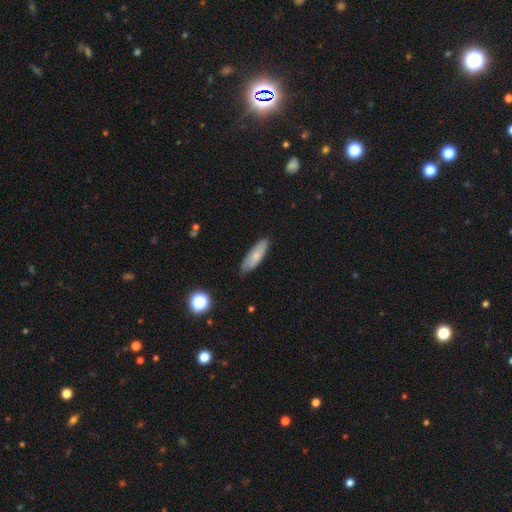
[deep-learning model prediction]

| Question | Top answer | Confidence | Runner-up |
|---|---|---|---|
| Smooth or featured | smooth | 72% | featured or disk (22%) |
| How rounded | cigar-shaped | 49% | tied: in between (49%) |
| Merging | none | 74% | minor disturbance (21%) |